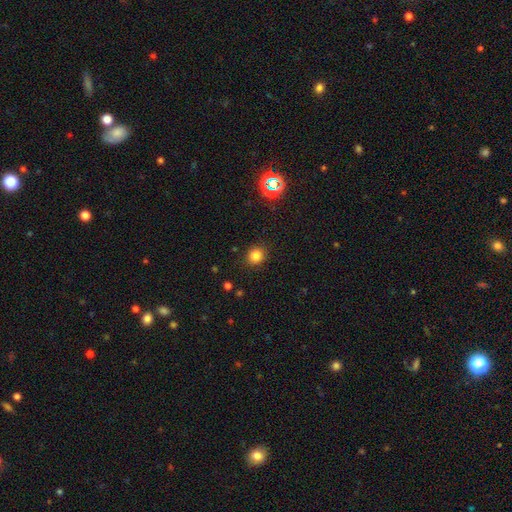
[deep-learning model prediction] smooth 81%, star or artifact 14%, featured or disk 5%. Down the decision tree: how rounded — round (83%); merging — none (89%).